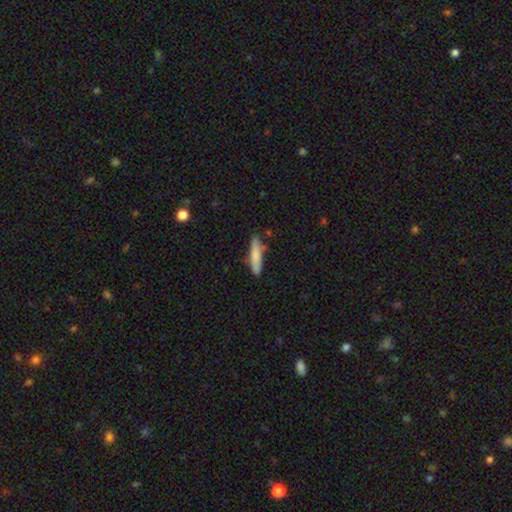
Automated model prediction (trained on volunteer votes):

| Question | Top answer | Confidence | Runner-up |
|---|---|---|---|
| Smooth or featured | smooth | 77% | featured or disk (18%) |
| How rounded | cigar-shaped | 82% | in between (17%) |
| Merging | none | 76% | minor disturbance (17%) |